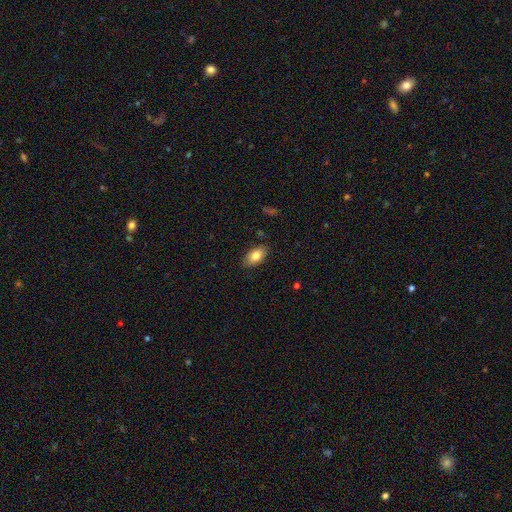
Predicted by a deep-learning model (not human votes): Morphology: type=smooth (80%); roundness=in between (92%); merging=none (85%).